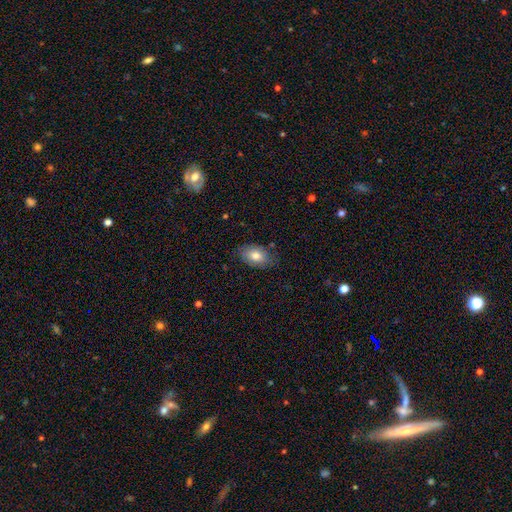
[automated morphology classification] The model was most divided on "smooth or featured": smooth: 74%, featured or disk: 19%, star or artifact: 7%. More confident: how rounded — in between (90%); merging — none (76%).